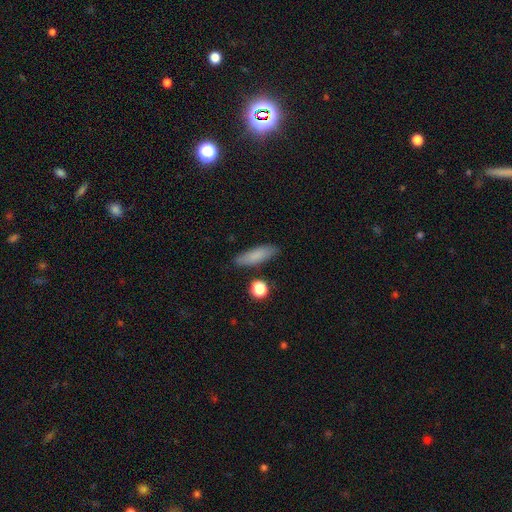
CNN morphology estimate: Smooth or featured?
  - smooth: 83% *
  - featured or disk: 10%
  - star or artifact: 7%
How rounded?
  - cigar-shaped: 52% *
  - in between: 45%
  - round: 3%
Merging?
  - none: 83% *
  - minor disturbance: 11%
  - merger: 3%
  - major disturbance: 3%